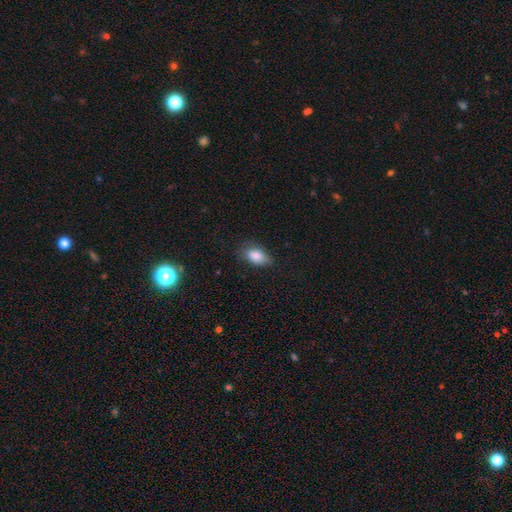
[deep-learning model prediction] Smooth or featured? smooth (85%)
How rounded? in between (89%)
Merging? none (70%)